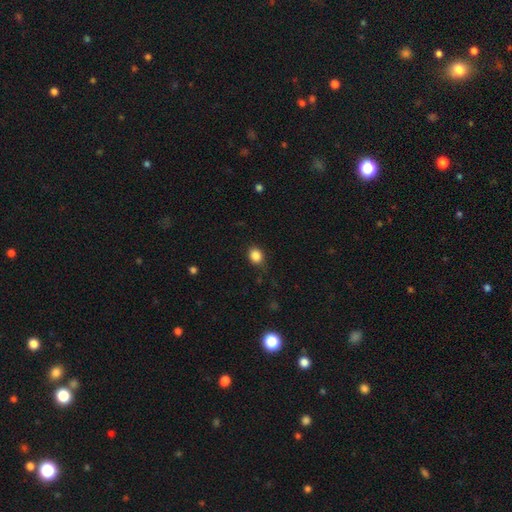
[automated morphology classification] Overall: smooth (85%). How rounded: round (61%; in between 38%). Merging: none (78%).